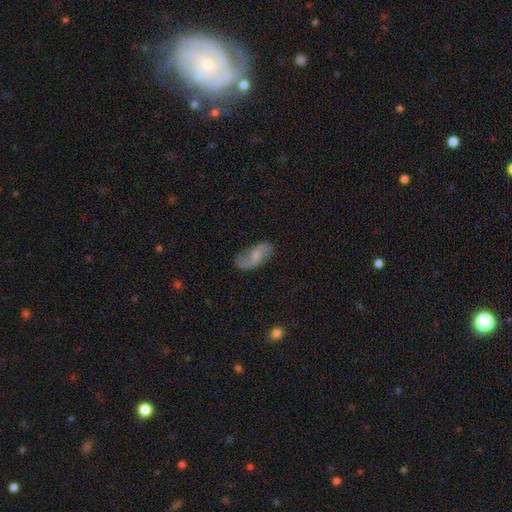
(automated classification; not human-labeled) A featured or disk galaxy (68%) with no bar (46%), 2 (86%) loose (67%) spiral arms (89%) and a small central bulge (56%). Merging: none (66%).